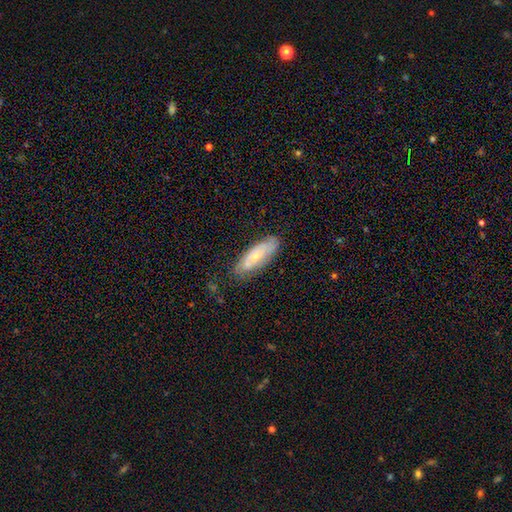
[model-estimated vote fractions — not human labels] Smooth or featured: smooth — 51% (featured or disk — 43%)
How rounded: in between — 61% (cigar-shaped — 36%)
Merging: none — 75% (minor disturbance — 19%)